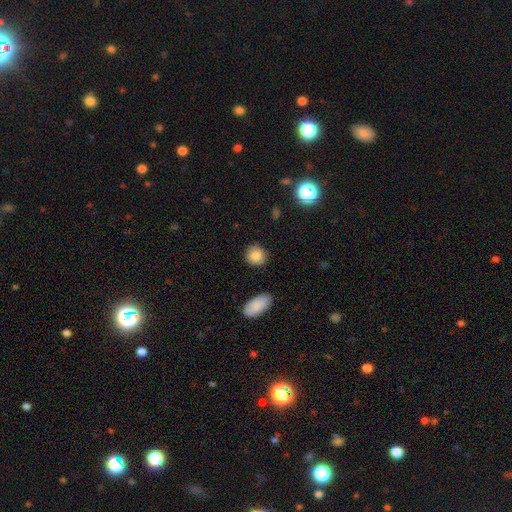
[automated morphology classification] This is clearly a smooth galaxy (86%). How rounded: clearly round (82%). Merging: clearly none (88%).